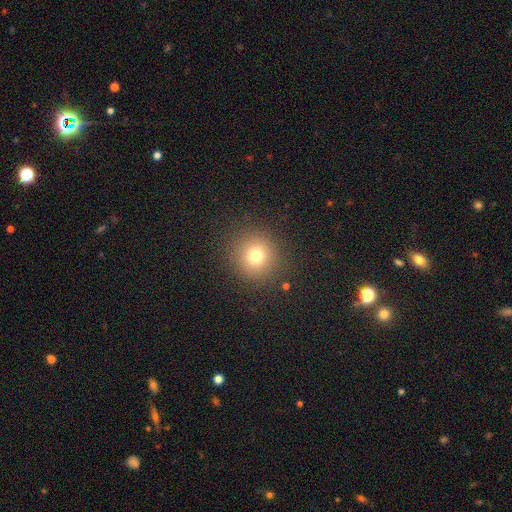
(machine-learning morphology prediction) A smooth galaxy with no disk features (74%) that is round (92%).

Vote fractions:
- Smooth or featured? smooth: 74% / star or artifact: 17% / featured or disk: 9%
- How rounded? round: 92% / in between: 7% / cigar-shaped: 1%
- Merging? none: 89% / minor disturbance: 6% / major disturbance: 3% / merger: 1%